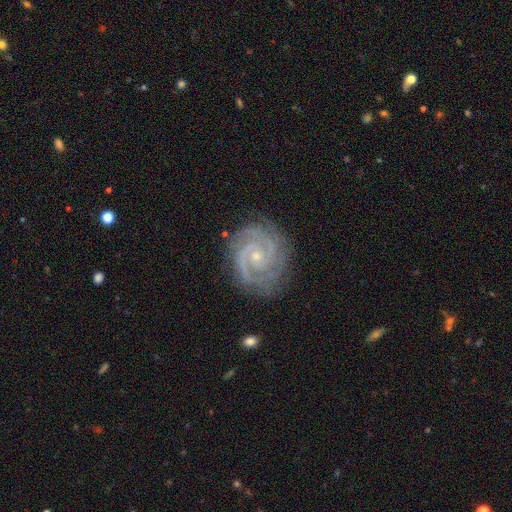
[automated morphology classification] type=featured or disk (92%); edge-on=no (98%); bar=no (64%); spiral arms=yes (99%); winding=tight (71%); arm count=2 (62%); bulge=small (76%); merging=none (81%).